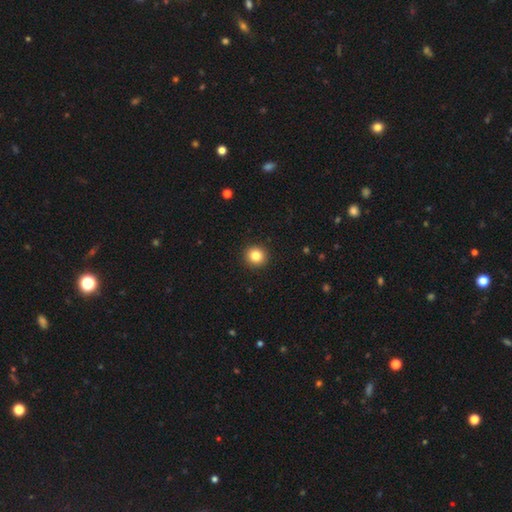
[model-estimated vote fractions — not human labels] Smooth or featured? smooth (84%)
How rounded? round (93%)
Merging? none (94%)